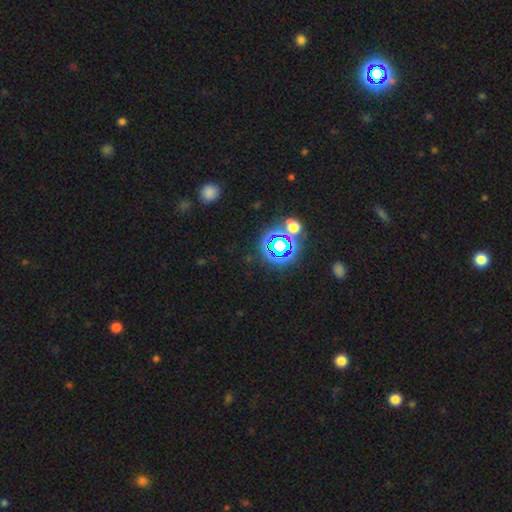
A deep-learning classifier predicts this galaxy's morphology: The model was most divided on "smooth or featured": star or artifact: 72%, smooth: 20%, featured or disk: 8%.